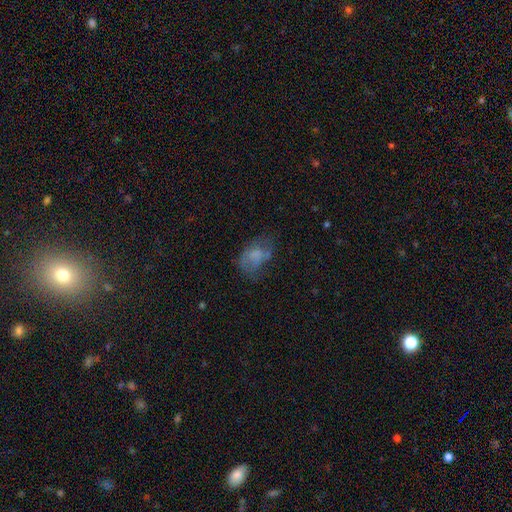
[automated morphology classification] type=smooth (55%); roundness=in between (81%); merging=none (39%).